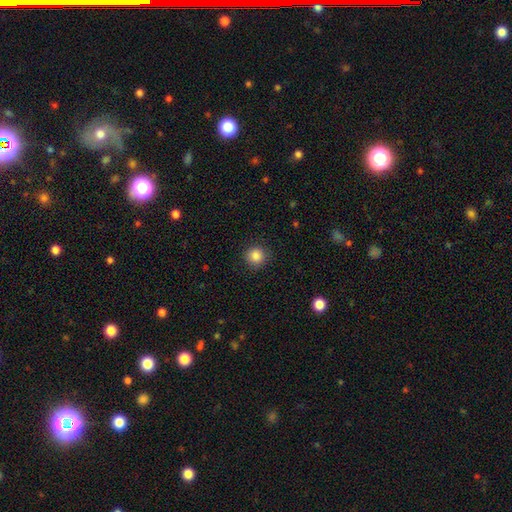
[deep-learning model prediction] The model was most divided on "smooth or featured": smooth: 86%, star or artifact: 10%, featured or disk: 4%. More confident: how rounded — round (93%); merging — none (89%).